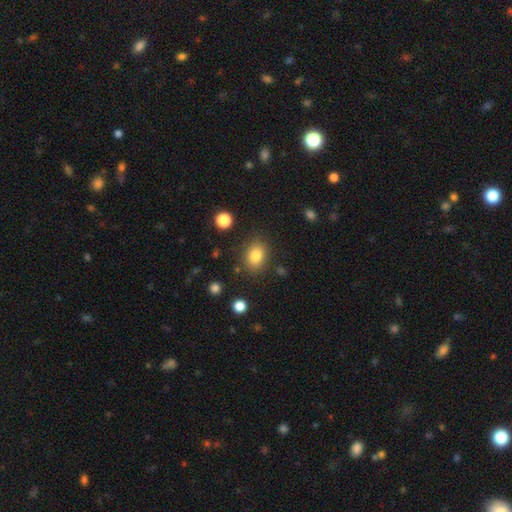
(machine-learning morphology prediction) type=smooth (83%); roundness=in between (60%); merging=none (82%).